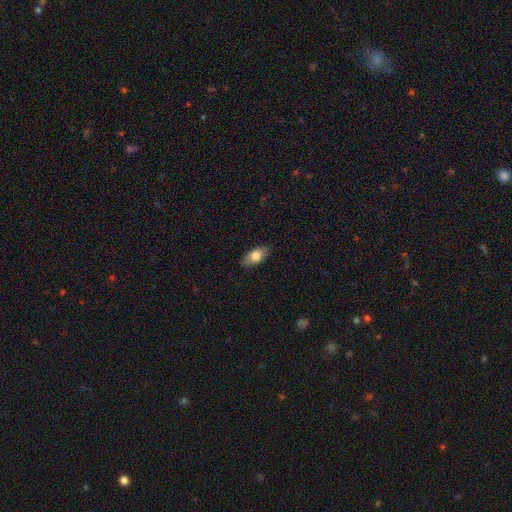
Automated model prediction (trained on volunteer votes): A smooth galaxy with no disk features (76%) that is in between round and cigar-shaped (88%). Merging: none (85%).